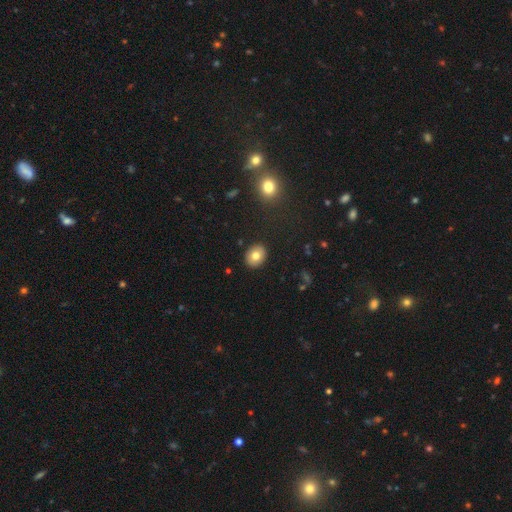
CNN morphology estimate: This is likely a smooth galaxy (78%). How rounded: possibly round (55%). Merging: clearly none (90%).